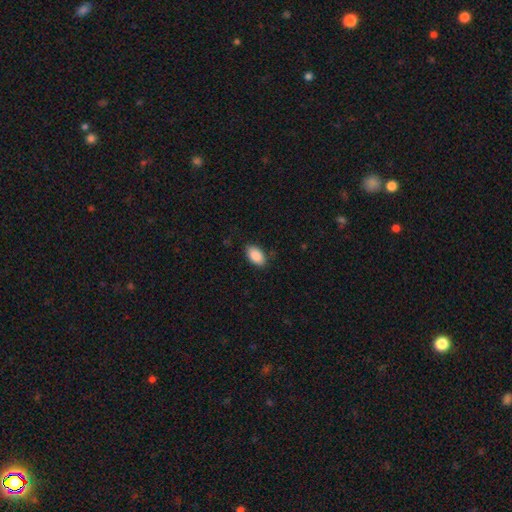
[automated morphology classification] A smooth galaxy with no disk features (89%) that is in between round and cigar-shaped (94%). Merging: none (84%).